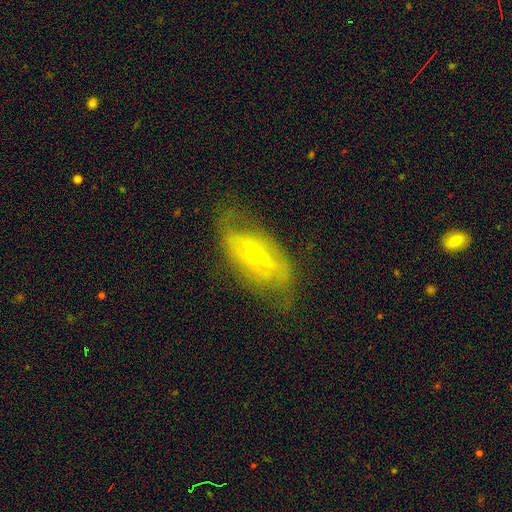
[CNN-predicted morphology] smooth_or_featured: featured or disk (p=0.72) [alt: smooth p=0.21]
disk_edge_on: no (p=0.76) [alt: yes p=0.24]
bar: strong (p=0.41) [alt: weak p=0.34]
has_spiral_arms: yes (p=0.58) [alt: no p=0.42]
bulge_size: small (p=0.72) [alt: moderate p=0.24]
merging: none (p=0.63) [alt: minor disturbance p=0.23]